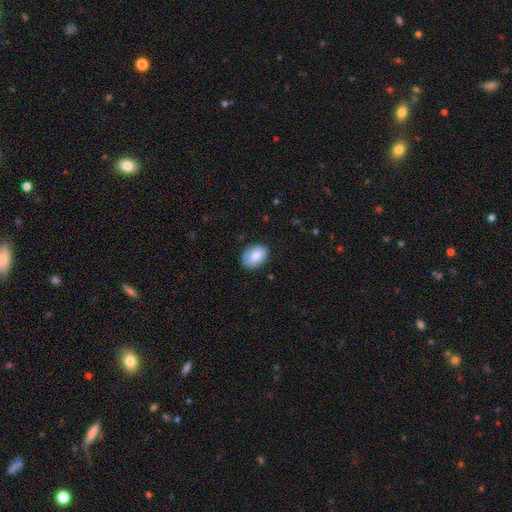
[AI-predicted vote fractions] Overall: smooth (80%). How rounded: in between (86%). Merging: none (77%).